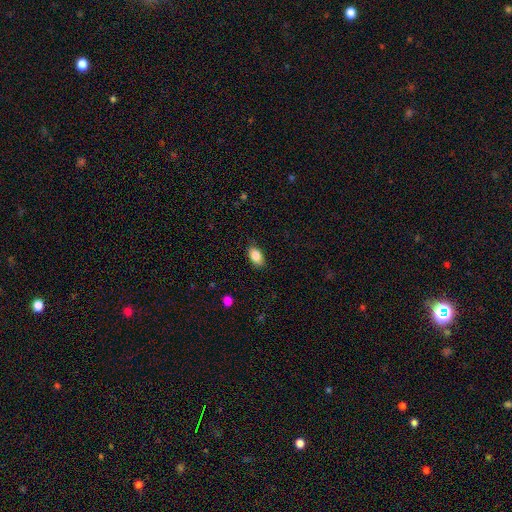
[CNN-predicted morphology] Overall: smooth (86%). How rounded: in between (91%). Merging: none (86%).